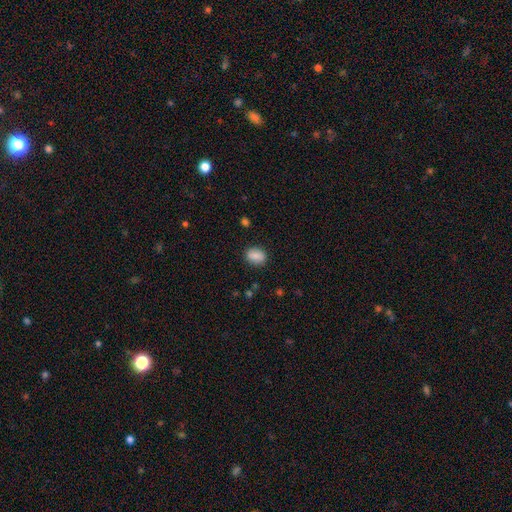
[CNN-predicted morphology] Smooth or featured?
  - smooth: 85% *
  - star or artifact: 8%
  - featured or disk: 7%
How rounded?
  - in between: 69% *
  - round: 30%
  - cigar-shaped: 2%
Merging?
  - none: 85% *
  - minor disturbance: 10%
  - major disturbance: 3%
  - merger: 2%